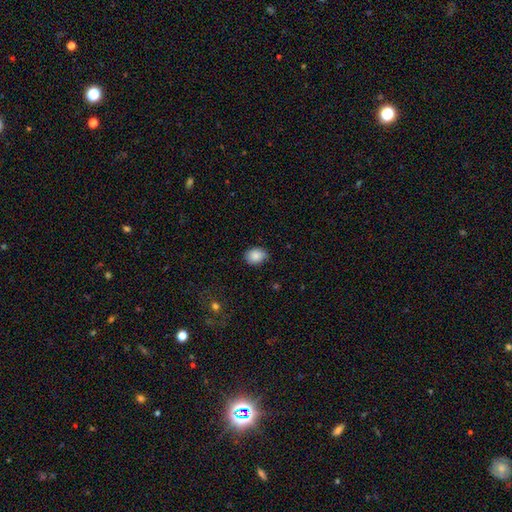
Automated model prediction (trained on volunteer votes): Overall: smooth (87%). How rounded: in between (60%; round 39%). Merging: none (76%).